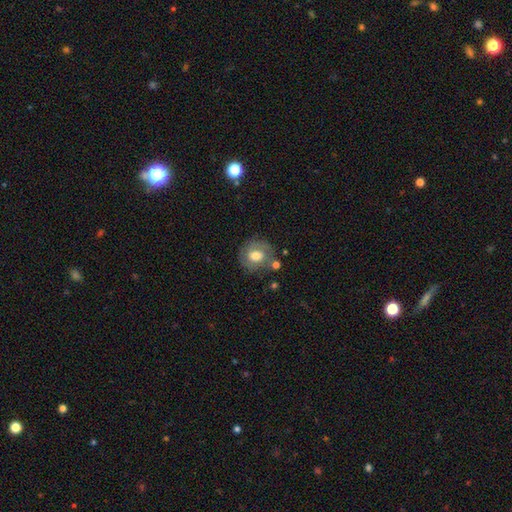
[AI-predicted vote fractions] Morphology: type=smooth (48%); merging=none (65%).